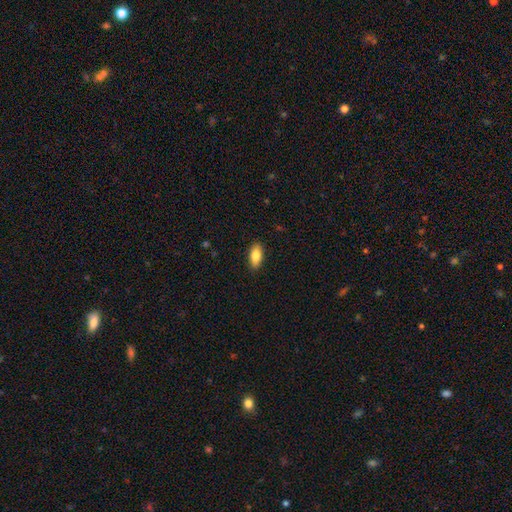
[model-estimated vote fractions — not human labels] Morphology: type=smooth (84%); roundness=in between (87%); merging=none (89%).